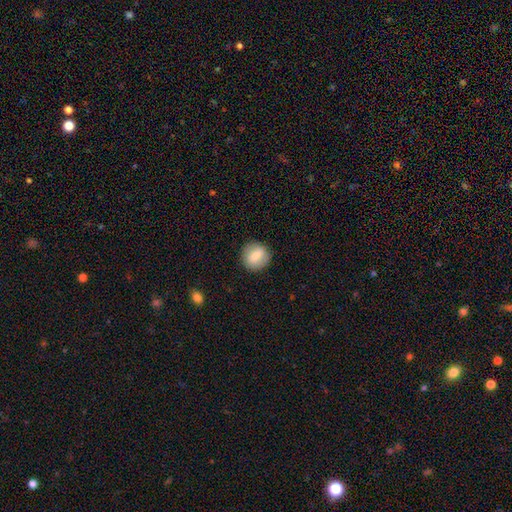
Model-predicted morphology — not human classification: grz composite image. It shows a smooth galaxy with no disk features (75%) that is round (90%). Merging: none (89%).